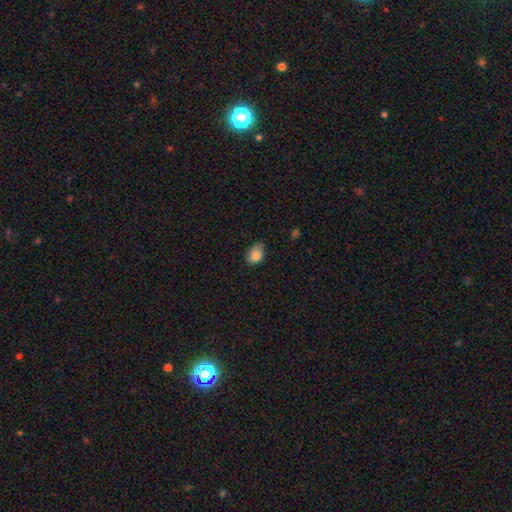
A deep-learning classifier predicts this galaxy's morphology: Smooth or featured: smooth — 85% (star or artifact — 8%)
How rounded: in between — 86% (round — 13%)
Merging: none — 55% (minor disturbance — 36%)